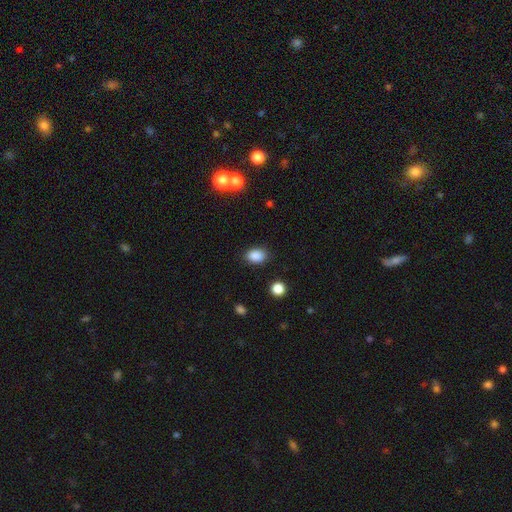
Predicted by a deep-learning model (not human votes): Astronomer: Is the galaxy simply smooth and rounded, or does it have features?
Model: smooth — 87%.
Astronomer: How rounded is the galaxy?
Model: in between — 77%.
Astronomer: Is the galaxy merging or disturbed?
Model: none — 86%.